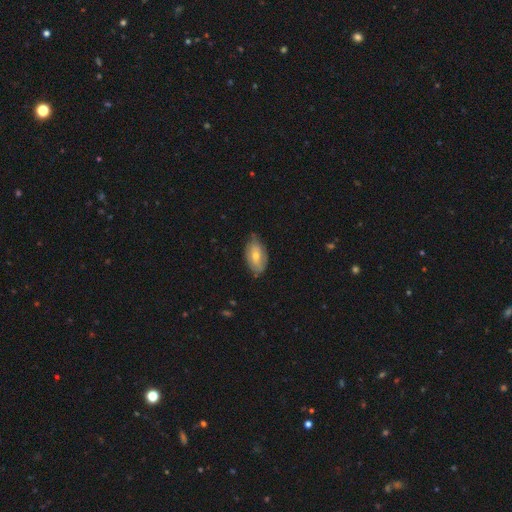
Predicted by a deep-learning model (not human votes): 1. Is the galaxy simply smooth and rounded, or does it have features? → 47% smooth, 45% featured or disk, 8% star or artifact.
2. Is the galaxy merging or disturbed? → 68% none, 26% minor disturbance, 4% major disturbance, 1% merger.